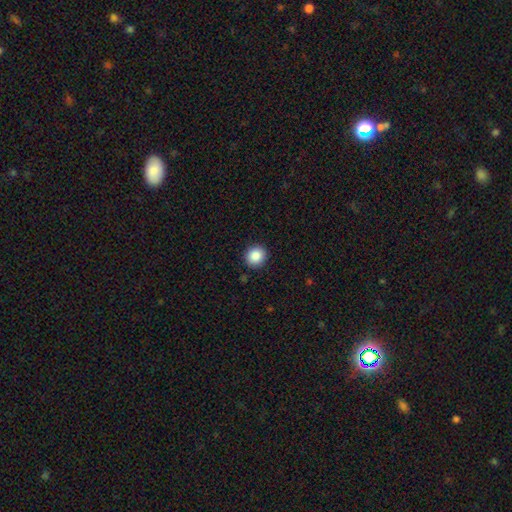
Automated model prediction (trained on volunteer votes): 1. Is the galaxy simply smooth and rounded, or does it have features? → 87% smooth, 9% star or artifact, 4% featured or disk.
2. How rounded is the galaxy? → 91% round, 8% in between, 1% cigar-shaped.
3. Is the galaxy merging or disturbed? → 92% none, 5% minor disturbance, 2% major disturbance, 1% merger.